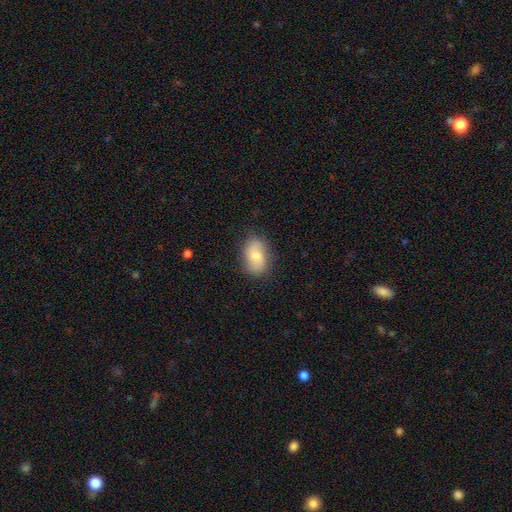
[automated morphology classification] A smooth galaxy with no disk features (58%) that is in between round and cigar-shaped (86%). Merging: none (77%).